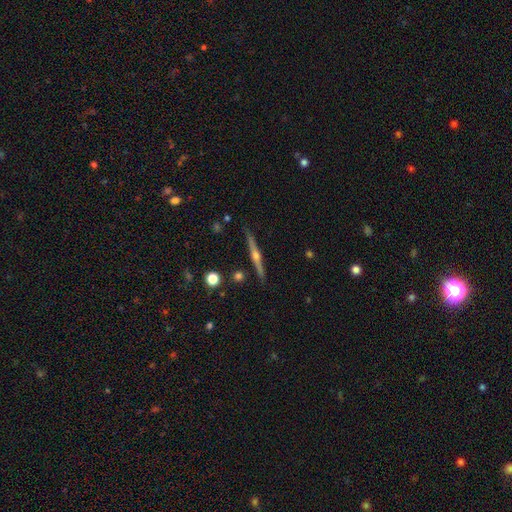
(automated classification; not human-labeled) Morphology: type=featured or disk (81%); edge-on=yes (98%); edge-on bulge=rounded (92%); merging=none (90%).